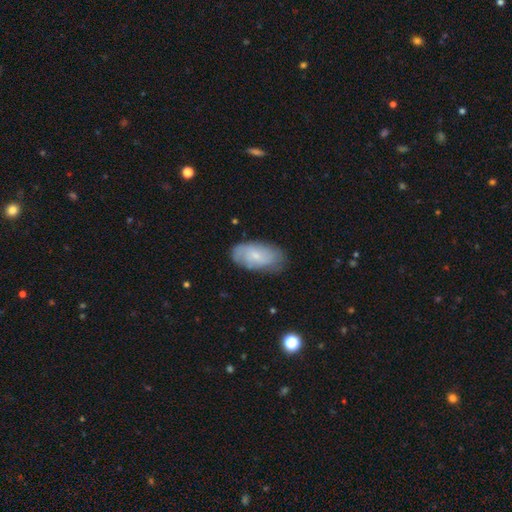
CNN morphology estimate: A smooth galaxy with no disk features (50%) that is in between round and cigar-shaped (92%). Merging: none (72%).